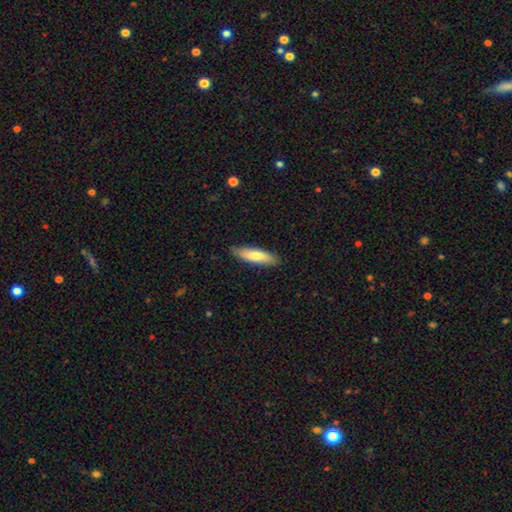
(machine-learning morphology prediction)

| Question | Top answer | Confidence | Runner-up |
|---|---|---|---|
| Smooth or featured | smooth | 76% | featured or disk (19%) |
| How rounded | cigar-shaped | 61% | in between (38%) |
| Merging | none | 85% | minor disturbance (12%) |